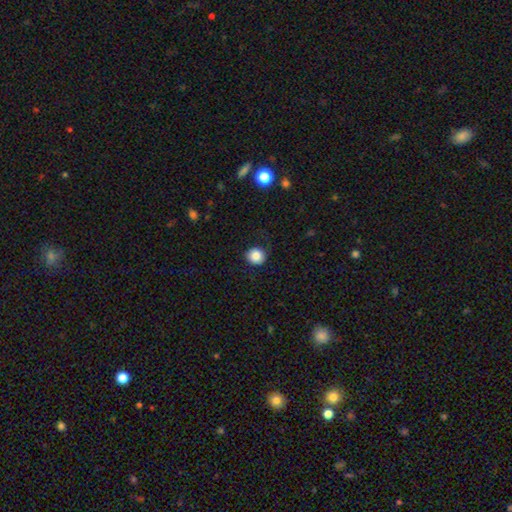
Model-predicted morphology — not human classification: Smooth or featured: smooth — 85% (star or artifact — 10%)
How rounded: round — 87% (in between — 12%)
Merging: none — 83% (minor disturbance — 12%)